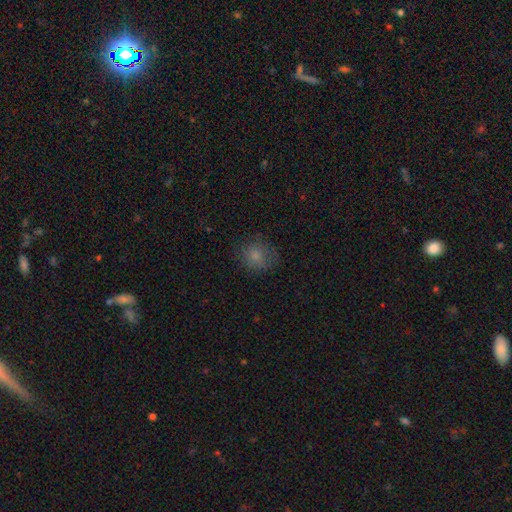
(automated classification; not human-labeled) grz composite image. It shows a smooth galaxy with no disk features (79%) that is round (80%). Merging: none (74%).